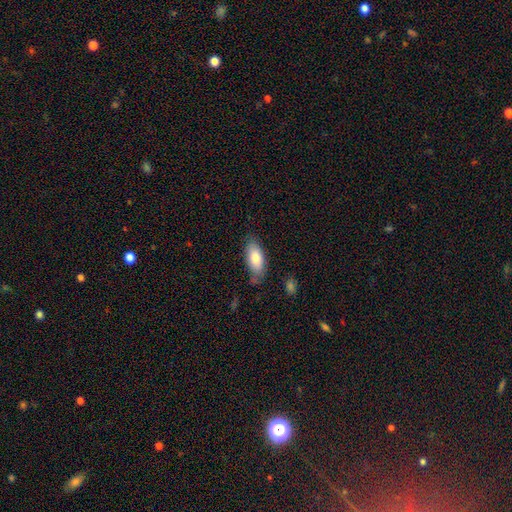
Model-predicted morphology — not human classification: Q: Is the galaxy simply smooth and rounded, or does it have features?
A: smooth — 80%.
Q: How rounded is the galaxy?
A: in between — 86%.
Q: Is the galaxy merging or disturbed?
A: none — 77%.